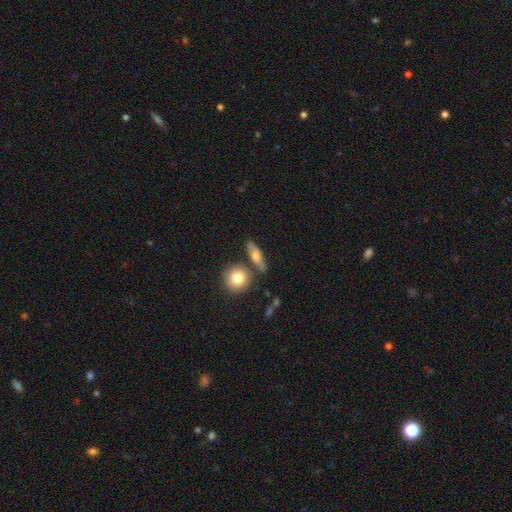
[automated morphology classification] The model was most divided on "how rounded": in between: 45%, cigar-shaped: 36%, round: 19%. More confident: merging — none (71%); smooth or featured — smooth (66%).